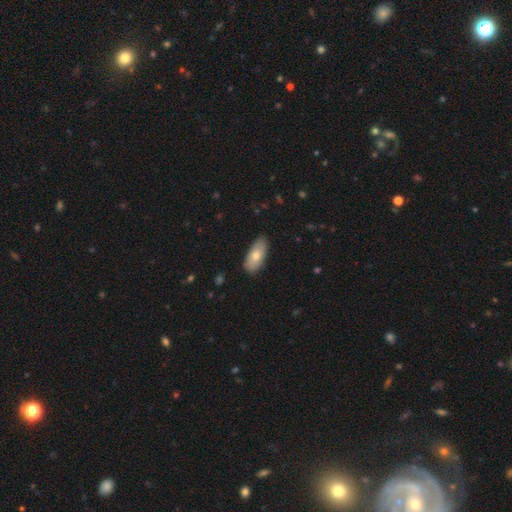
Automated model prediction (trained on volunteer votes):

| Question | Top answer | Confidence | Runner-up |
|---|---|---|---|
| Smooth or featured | smooth | 71% | featured or disk (23%) |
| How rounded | in between | 86% | cigar-shaped (12%) |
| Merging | none | 86% | minor disturbance (12%) |